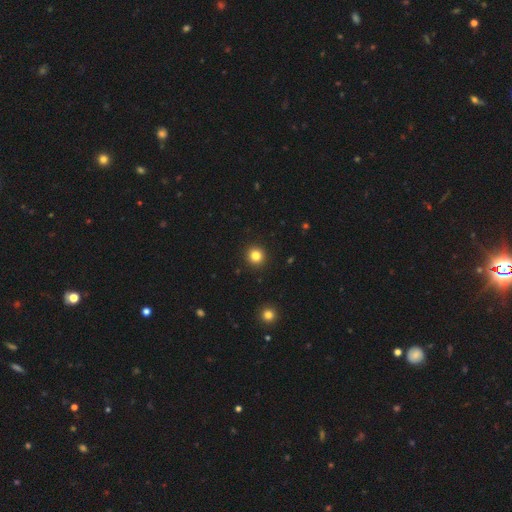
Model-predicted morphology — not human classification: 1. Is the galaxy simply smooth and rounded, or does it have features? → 82% smooth, 13% star or artifact, 6% featured or disk.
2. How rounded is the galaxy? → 93% round, 6% in between, 1% cigar-shaped.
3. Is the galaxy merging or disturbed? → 93% none, 4% minor disturbance, 2% major disturbance, 1% merger.